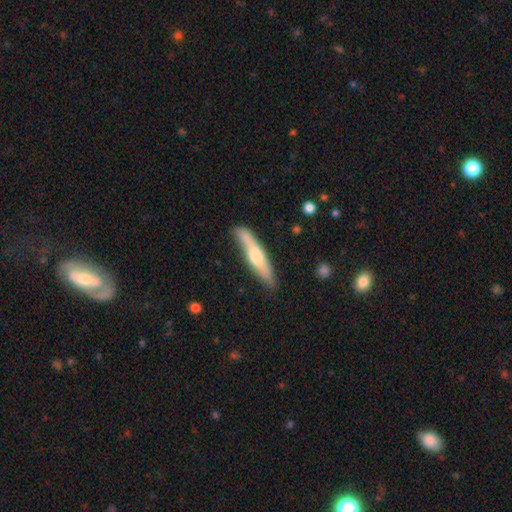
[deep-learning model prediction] Q: Smooth or featured?
A: smooth (49%); runner-up: featured or disk (46%)
Q: Merging?
A: none (76%); runner-up: minor disturbance (17%)